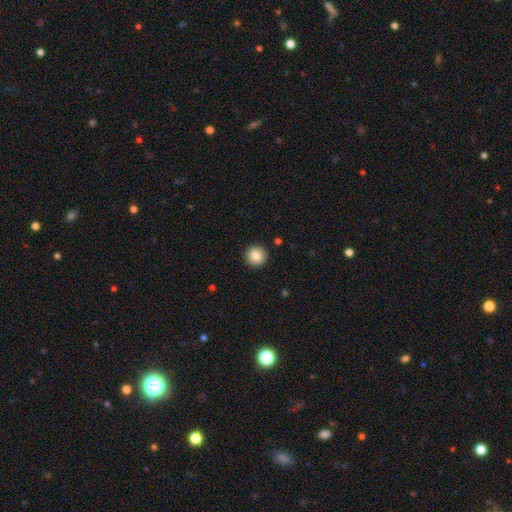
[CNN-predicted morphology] Smooth or featured?
  - smooth: 83% *
  - featured or disk: 8%
  - star or artifact: 8%
How rounded?
  - round: 96% *
  - in between: 3%
  - cigar-shaped: 1%
Merging?
  - none: 93% *
  - minor disturbance: 4%
  - major disturbance: 1%
  - merger: 1%